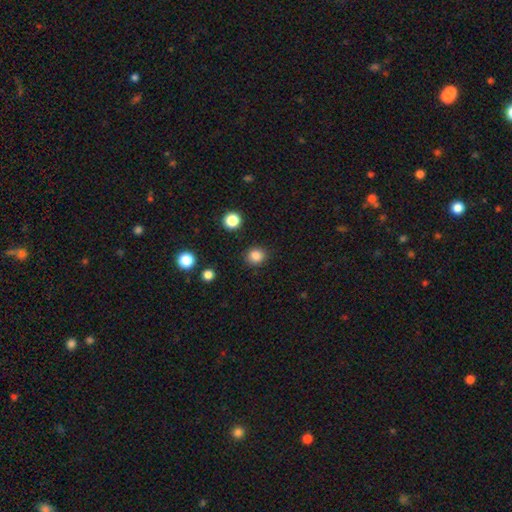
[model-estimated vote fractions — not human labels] A smooth galaxy with no disk features (85%) that is round (82%). Merging: none (89%).